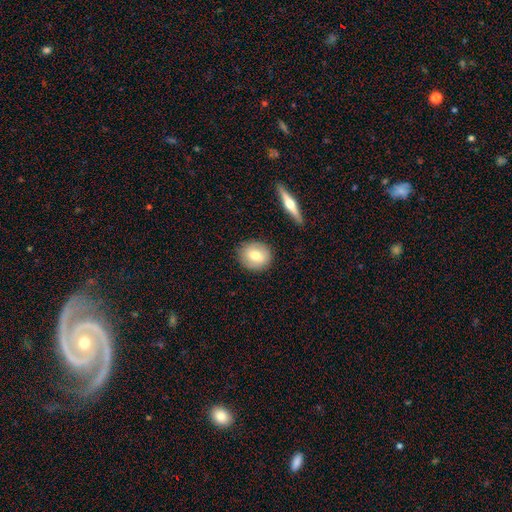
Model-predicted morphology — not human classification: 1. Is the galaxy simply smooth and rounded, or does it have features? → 70% smooth, 22% featured or disk, 7% star or artifact.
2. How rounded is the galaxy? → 77% round, 22% in between, 2% cigar-shaped.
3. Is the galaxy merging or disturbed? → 86% none, 9% minor disturbance, 2% major disturbance, 2% merger.